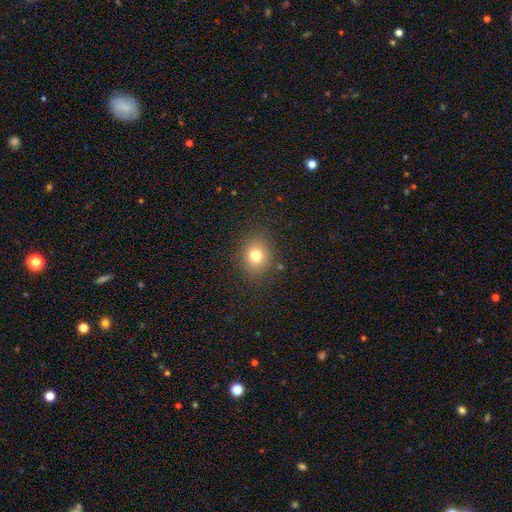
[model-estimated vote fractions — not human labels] Smooth or featured?
  - smooth: 77% *
  - star or artifact: 13%
  - featured or disk: 10%
How rounded?
  - round: 57% *
  - in between: 42%
  - cigar-shaped: 1%
Merging?
  - none: 83% *
  - minor disturbance: 11%
  - major disturbance: 4%
  - merger: 2%